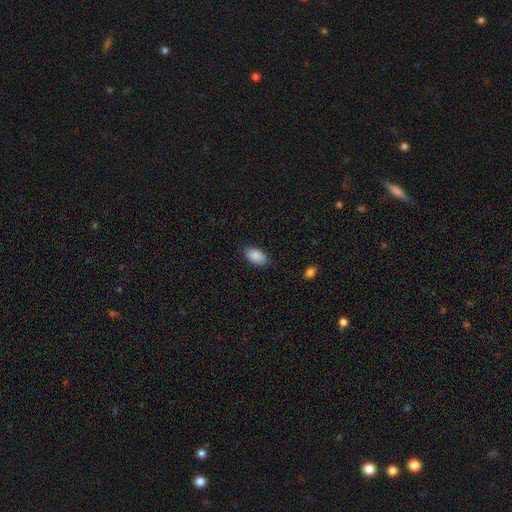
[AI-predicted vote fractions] Q: Smooth or featured?
A: smooth (89%); runner-up: star or artifact (7%)
Q: How rounded?
A: in between (94%); runner-up: round (4%)
Q: Merging?
A: none (84%); runner-up: minor disturbance (12%)